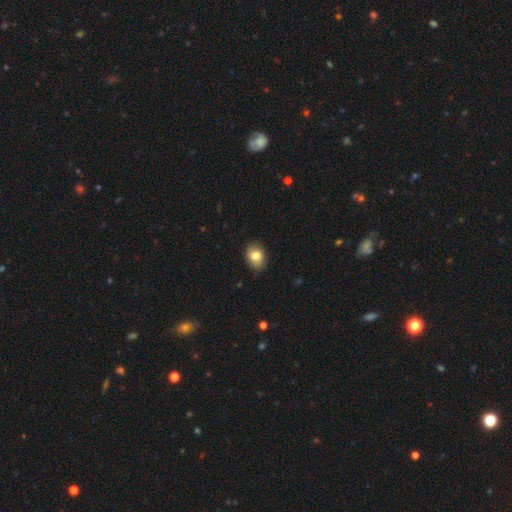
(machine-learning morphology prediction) Q: Smooth or featured?
A: smooth (80%); runner-up: featured or disk (11%)
Q: How rounded?
A: in between (71%); runner-up: round (28%)
Q: Merging?
A: none (83%); runner-up: minor disturbance (14%)